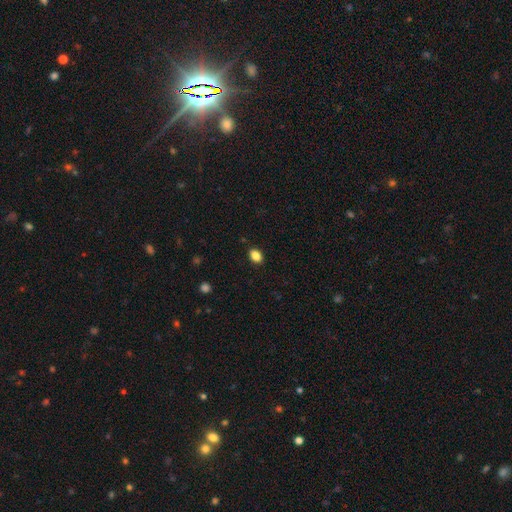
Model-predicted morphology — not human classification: Smooth or featured: smooth — 87% (star or artifact — 10%)
How rounded: in between — 73% (round — 26%)
Merging: none — 89% (minor disturbance — 8%)